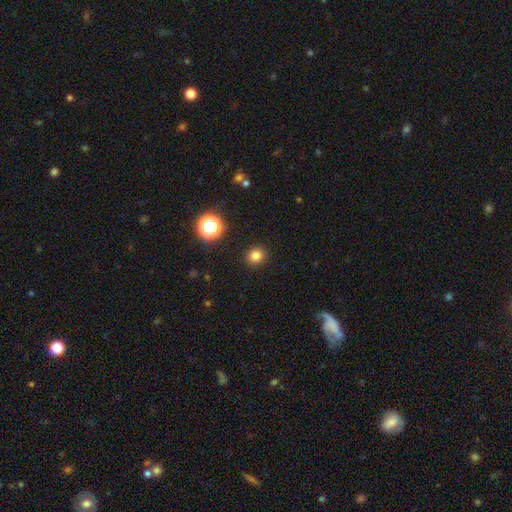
Smooth or featured: smooth — 89% (star or artifact — 8%)
How rounded: round — 94% (in between — 6%)
Merging: none — 94% (major disturbance — 6%)